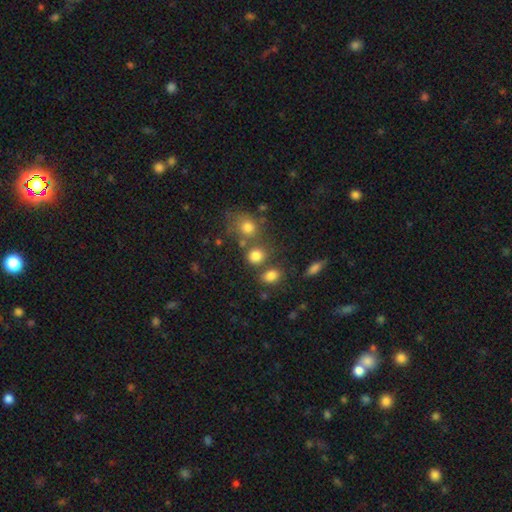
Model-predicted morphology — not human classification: The model was most divided on "merging": none: 61%, merger: 23%, minor disturbance: 11%, major disturbance: 5%. More confident: smooth or featured — smooth (79%); how rounded — round (71%).